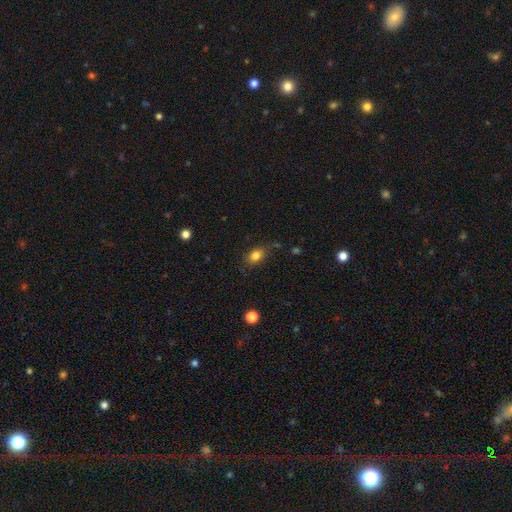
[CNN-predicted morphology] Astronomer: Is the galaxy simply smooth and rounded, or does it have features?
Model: smooth — 82%.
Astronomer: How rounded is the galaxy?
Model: in between — 76%.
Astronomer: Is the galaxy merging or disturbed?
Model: none — 77%.